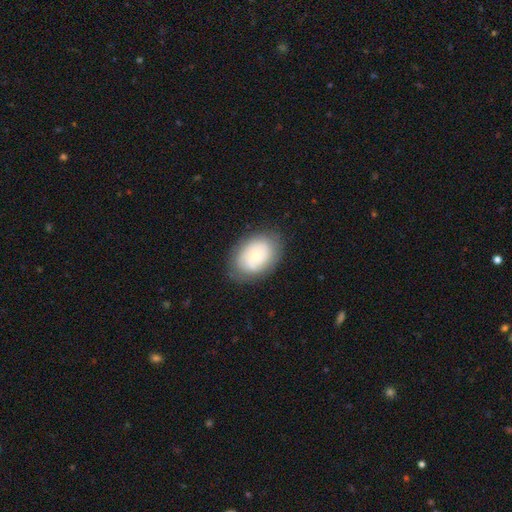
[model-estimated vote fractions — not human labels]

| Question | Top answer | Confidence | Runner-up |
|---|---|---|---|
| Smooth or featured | smooth | 52% | featured or disk (40%) |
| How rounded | in between | 77% | round (22%) |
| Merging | none | 78% | minor disturbance (15%) |